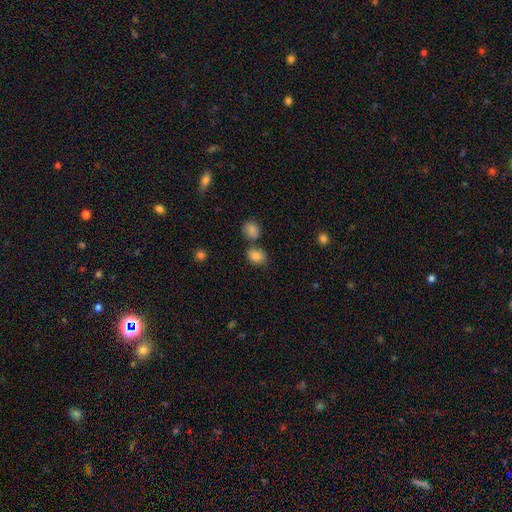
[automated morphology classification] Smooth or featured? Predicted: smooth (p=0.83). How rounded? Predicted: in between (p=0.58). Merging? Predicted: none (p=0.65).